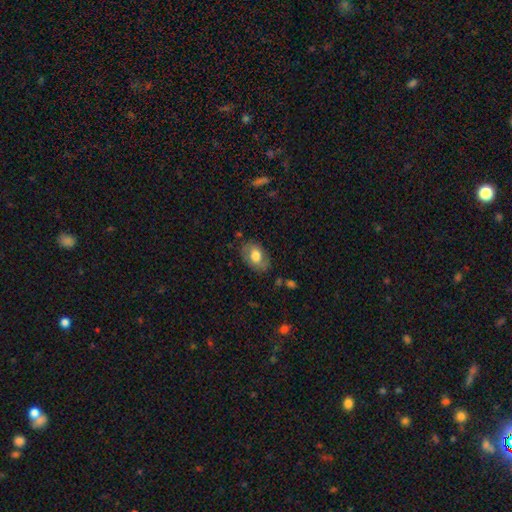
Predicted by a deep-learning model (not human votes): smooth-or-featured: smooth: 70% | featured or disk: 23% | star or artifact: 7%
  how-rounded: in between: 84% | round: 14% | cigar-shaped: 1%
  merging: none: 74% | minor disturbance: 19% | major disturbance: 5% | merger: 2%